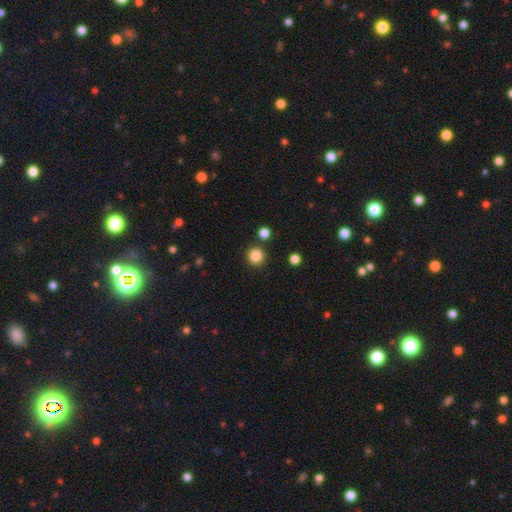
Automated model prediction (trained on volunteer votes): Overall: smooth (85%). How rounded: round (95%). Merging: none (89%).